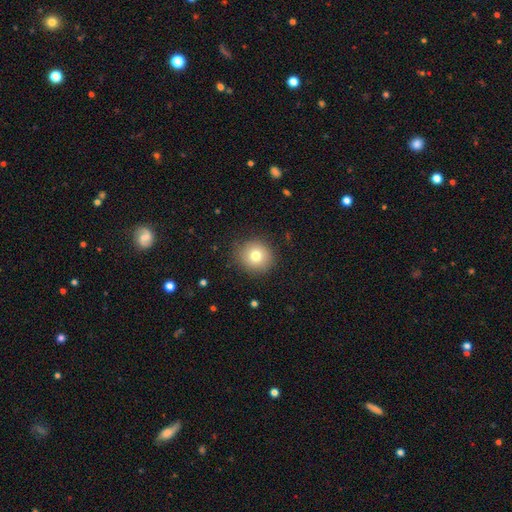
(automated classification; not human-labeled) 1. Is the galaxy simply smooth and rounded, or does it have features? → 76% smooth, 12% featured or disk, 12% star or artifact.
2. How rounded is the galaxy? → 88% round, 11% in between, 1% cigar-shaped.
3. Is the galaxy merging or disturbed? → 86% none, 10% minor disturbance, 3% major disturbance, 1% merger.